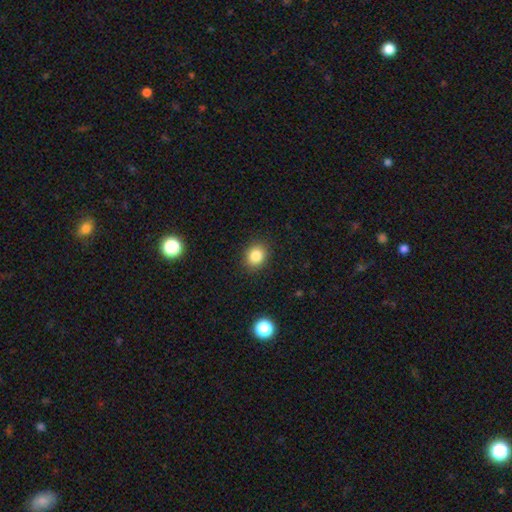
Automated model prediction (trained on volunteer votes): This is clearly a smooth galaxy (84%). How rounded: likely round (66%). Merging: clearly none (89%).